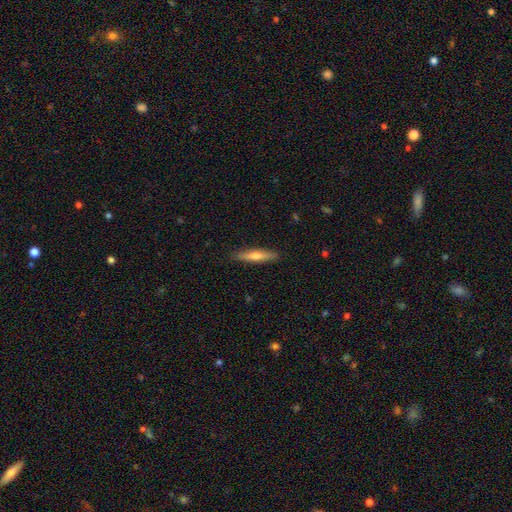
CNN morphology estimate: smooth-or-featured: smooth: 51% | featured or disk: 43% | star or artifact: 6%
  how-rounded: cigar-shaped: 90% | in between: 8% | round: 1%
  merging: none: 90% | minor disturbance: 8% | major disturbance: 2% | merger: 1%